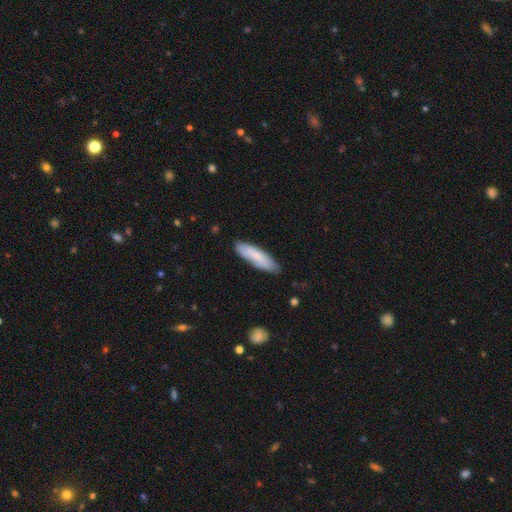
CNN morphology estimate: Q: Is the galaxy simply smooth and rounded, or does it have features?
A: smooth — 72%.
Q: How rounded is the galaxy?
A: cigar-shaped — 61%.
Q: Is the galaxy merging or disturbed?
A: none — 80%.